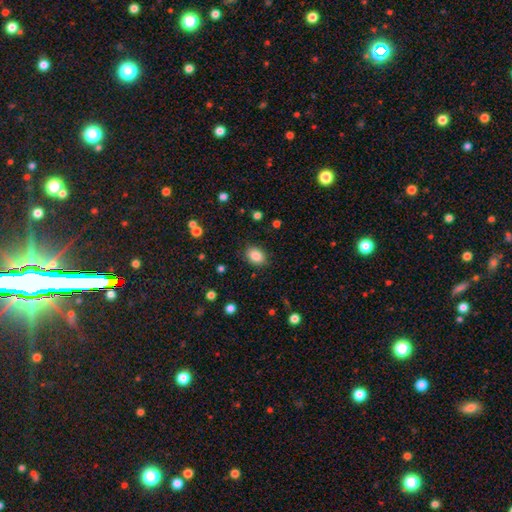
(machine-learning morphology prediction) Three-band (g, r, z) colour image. It shows a smooth galaxy with no disk features (87%) that is in between round and cigar-shaped (74%). Merging: none (86%).